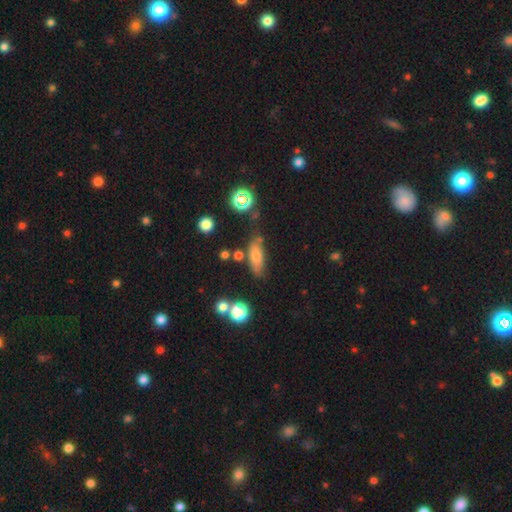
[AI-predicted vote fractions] Overall: smooth (69%). How rounded: in between (62%; cigar-shaped 33%). Merging: none (66%).